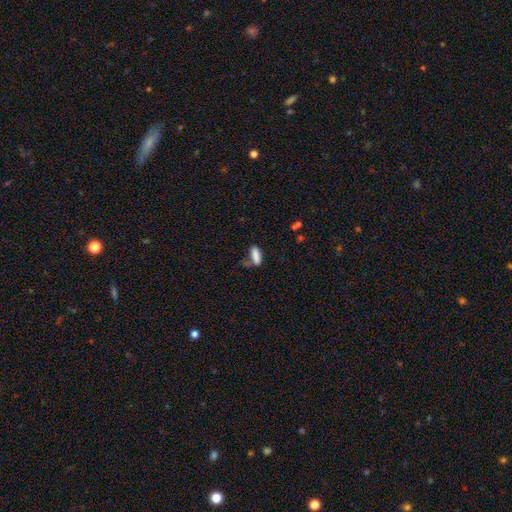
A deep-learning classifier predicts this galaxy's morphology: Overall: smooth (83%). How rounded: in between (60%; cigar-shaped 37%). Merging: none (49%; minor disturbance 23%).